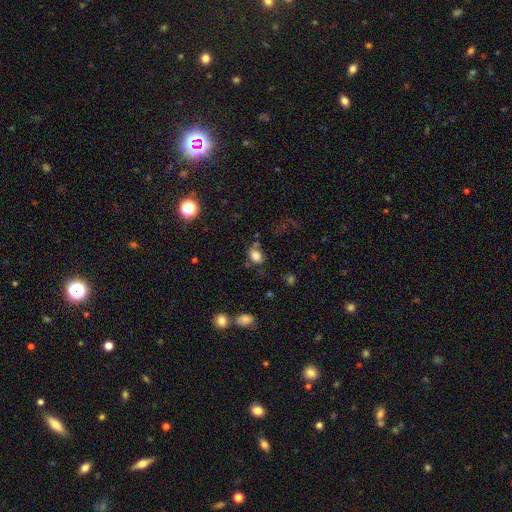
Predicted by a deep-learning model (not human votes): smooth-or-featured: smooth: 81% | star or artifact: 11% | featured or disk: 8%
  how-rounded: in between: 72% | round: 27% | cigar-shaped: 1%
  merging: none: 62% | minor disturbance: 22% | merger: 8% | major disturbance: 8%